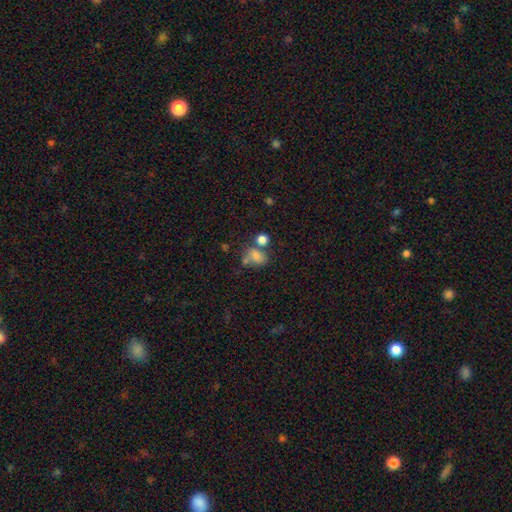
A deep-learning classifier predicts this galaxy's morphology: This is likely a smooth galaxy (73%). How rounded: likely in between (68%). Merging: marginally none (38%).